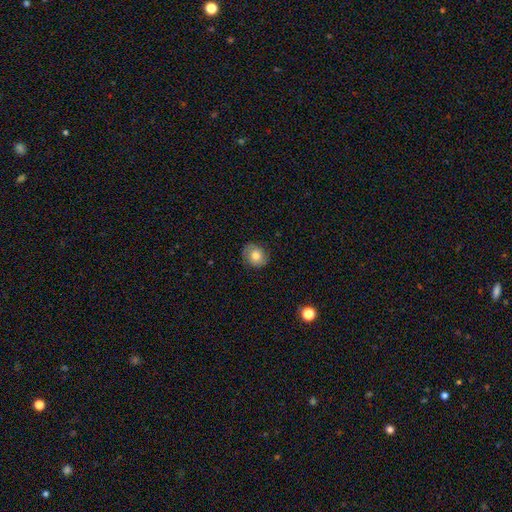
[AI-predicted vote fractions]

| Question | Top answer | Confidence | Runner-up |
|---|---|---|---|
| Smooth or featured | smooth | 70% | featured or disk (22%) |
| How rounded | round | 73% | in between (26%) |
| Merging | none | 78% | minor disturbance (16%) |